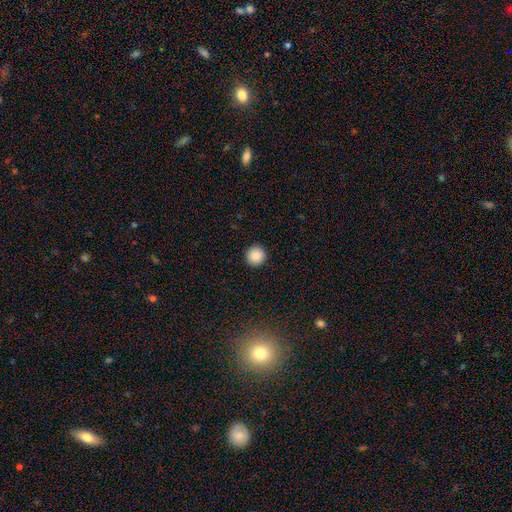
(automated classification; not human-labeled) A smooth galaxy with no disk features (89%) that is round (96%). Merging: none (93%).